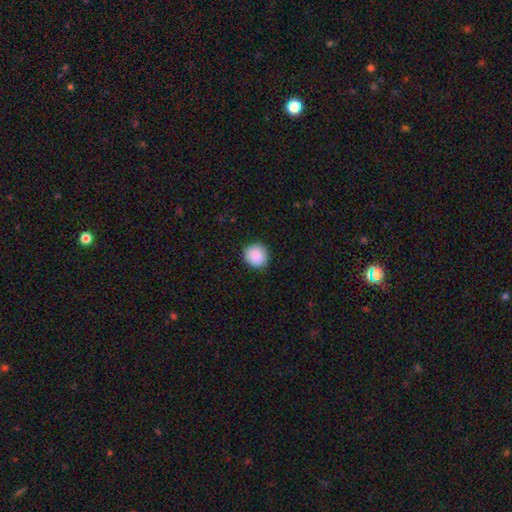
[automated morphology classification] This appears to be a smooth galaxy with no disk features (90%) that is round (88%). Merging: none (90%).